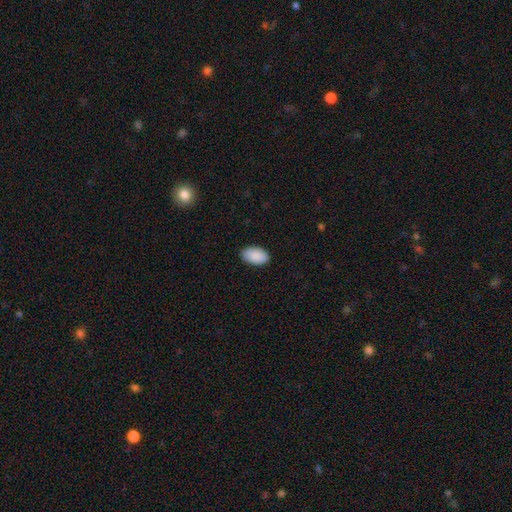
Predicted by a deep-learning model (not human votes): Smooth or featured?
  - smooth: 91% *
  - star or artifact: 6%
  - featured or disk: 3%
How rounded?
  - in between: 94% *
  - round: 4%
  - cigar-shaped: 1%
Merging?
  - none: 89% *
  - minor disturbance: 9%
  - major disturbance: 2%
  - merger: 1%